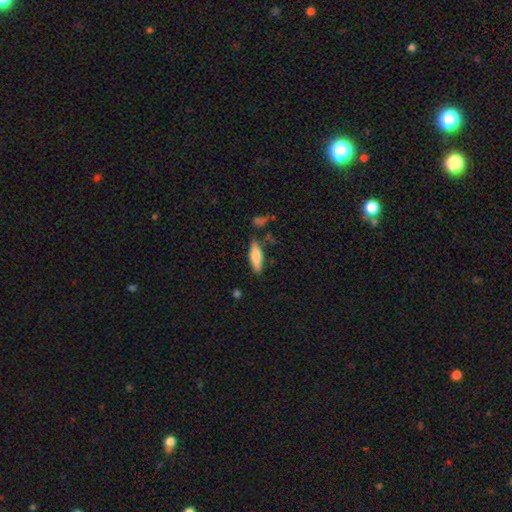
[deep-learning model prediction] smooth-or-featured: smooth: 66% | featured or disk: 28% | star or artifact: 6%
  how-rounded: cigar-shaped: 50% | in between: 48% | round: 2%
  merging: none: 76% | minor disturbance: 15% | merger: 5% | major disturbance: 4%